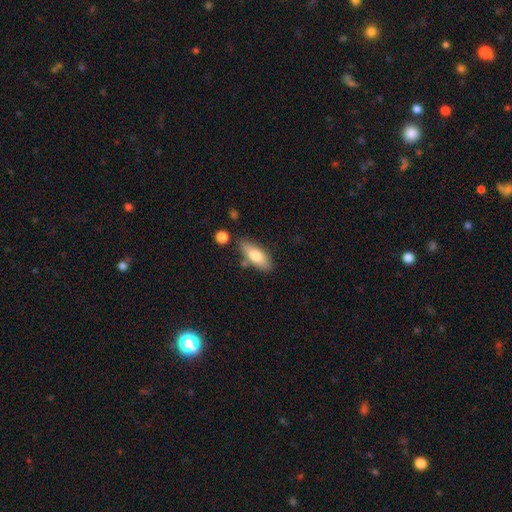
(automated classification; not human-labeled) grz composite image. It shows a smooth galaxy with no disk features (74%) that is in between round and cigar-shaped (73%). Merging: none (76%).